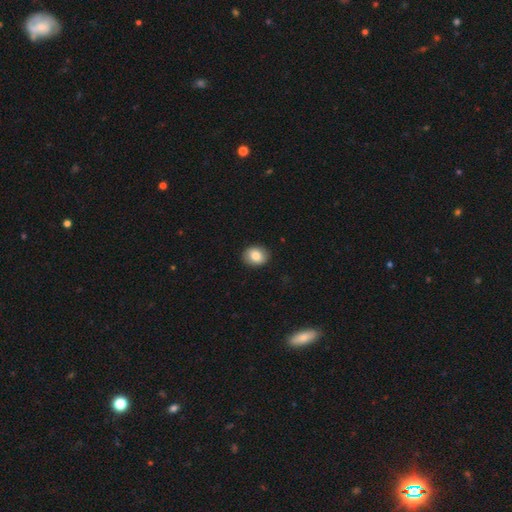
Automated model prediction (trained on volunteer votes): A smooth galaxy with no disk features (83%) that is round (55%). Merging: none (90%).